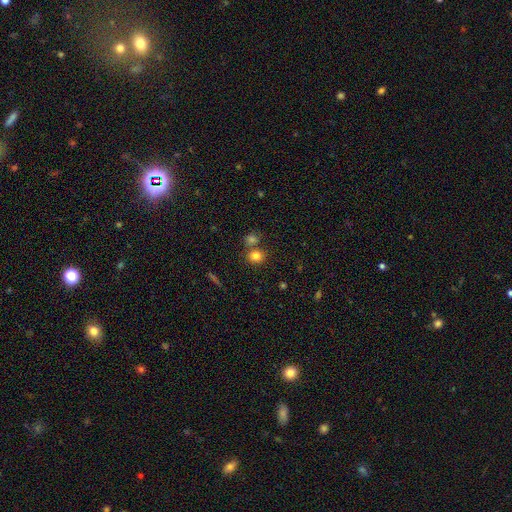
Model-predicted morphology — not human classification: smooth 81%, star or artifact 12%, featured or disk 7%. Down the decision tree: how rounded — round (78%); merging — none (62%).